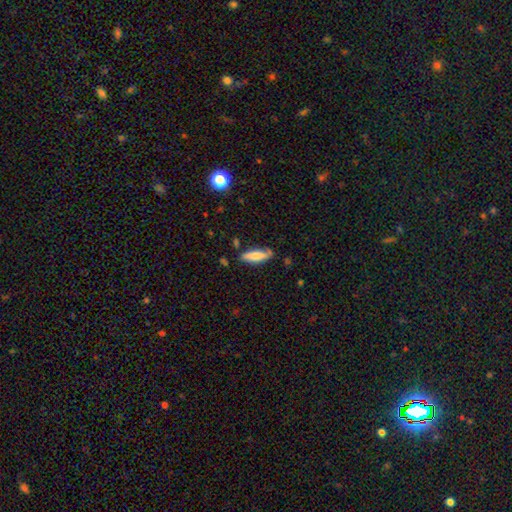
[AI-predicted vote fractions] Overall: smooth (73%). How rounded: cigar-shaped (51%; in between 47%). Merging: none (72%).